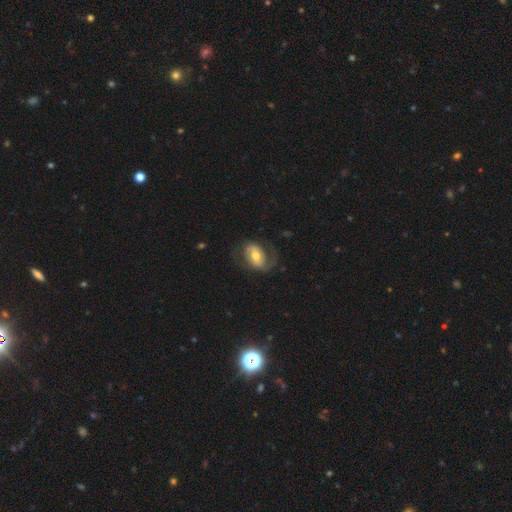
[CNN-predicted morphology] Smooth or featured: featured or disk — 69% (smooth — 25%)
Edge-on disk: no — 96% (yes — 4%)
Bar: weak — 38% (no — 35%)
Spiral arms: yes — 84% (no — 16%)
Spiral winding: medium — 42% (loose — 37%)
Spiral arm count: 2 — 69% (1 — 20%)
Bulge size: moderate — 69% (small — 19%)
Merging: none — 57% (major disturbance — 22%)